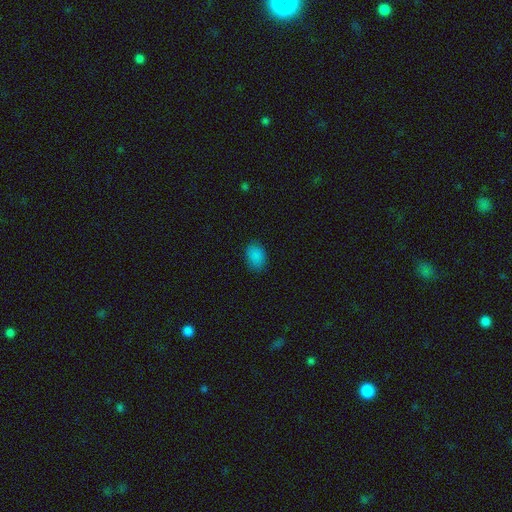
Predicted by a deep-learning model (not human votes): Smooth or featured? Predicted: smooth (p=0.86). How rounded? Predicted: in between (p=0.81). Merging? Predicted: none (p=0.83).